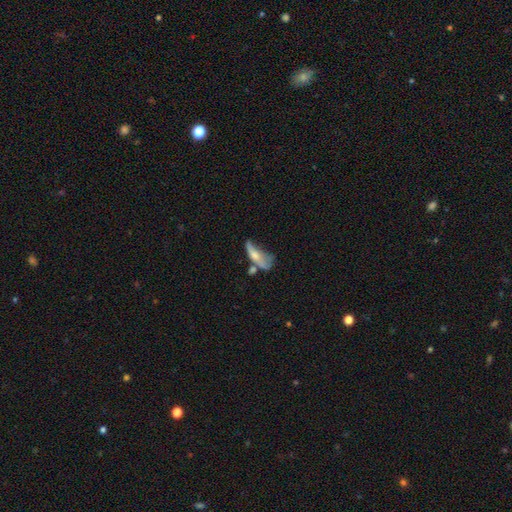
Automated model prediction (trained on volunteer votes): Smooth or featured: smooth — 50% (featured or disk — 40%)
How rounded: in between — 60% (cigar-shaped — 35%)
Merging: major disturbance — 36% (merger — 27%)